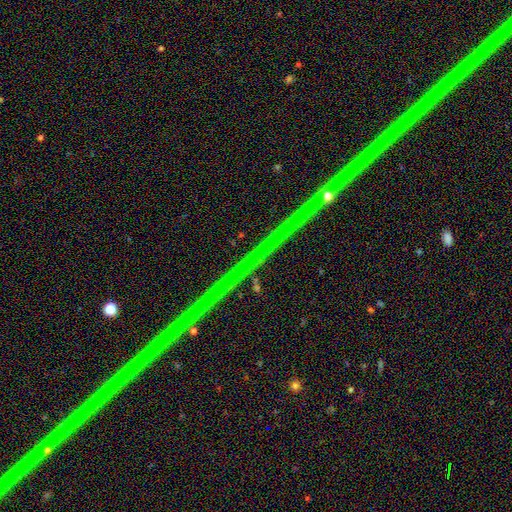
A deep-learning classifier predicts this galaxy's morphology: Overall: star or artifact (87%).